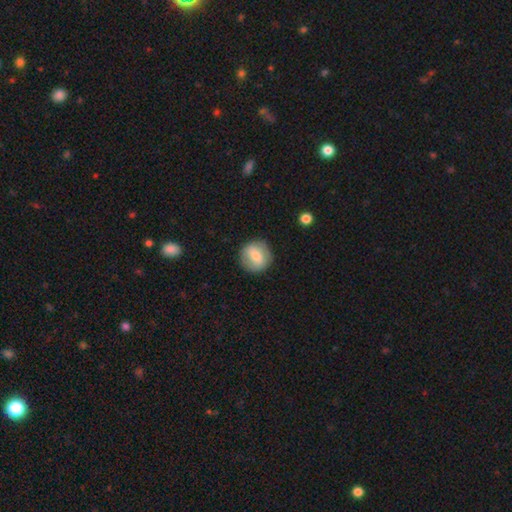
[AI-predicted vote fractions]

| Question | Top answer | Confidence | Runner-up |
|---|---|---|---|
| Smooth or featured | smooth | 68% | featured or disk (25%) |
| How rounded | round | 90% | in between (9%) |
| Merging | none | 86% | minor disturbance (10%) |